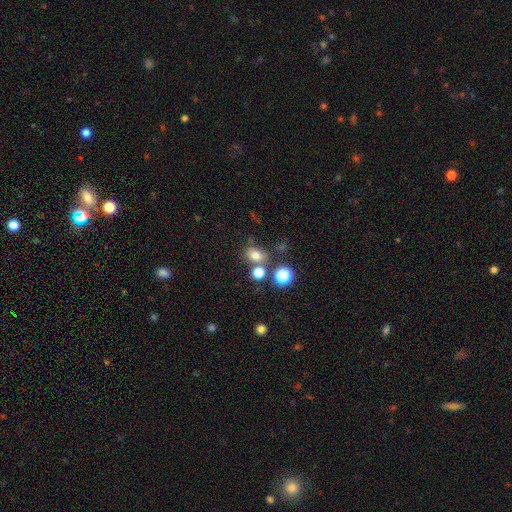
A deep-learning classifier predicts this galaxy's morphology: Smooth or featured?
  - smooth: 74% *
  - star or artifact: 17%
  - featured or disk: 9%
How rounded?
  - in between: 56% *
  - round: 43%
  - cigar-shaped: 1%
Merging?
  - none: 63% *
  - merger: 19%
  - minor disturbance: 13%
  - major disturbance: 5%